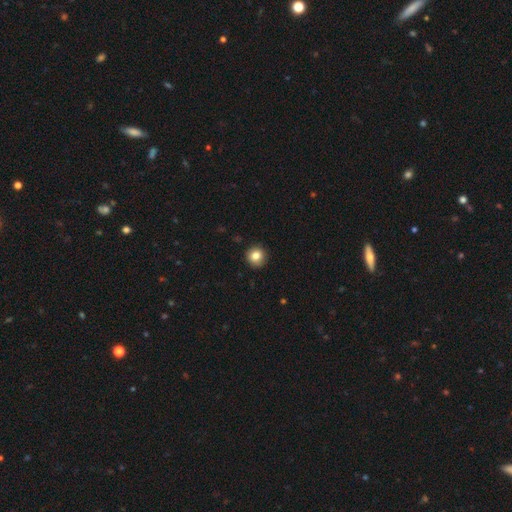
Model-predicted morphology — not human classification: smooth_or_featured: smooth (p=0.83) [alt: star or artifact p=0.10]
how_rounded: round (p=0.94) [alt: in between p=0.05]
merging: none (p=0.92) [alt: minor disturbance p=0.06]